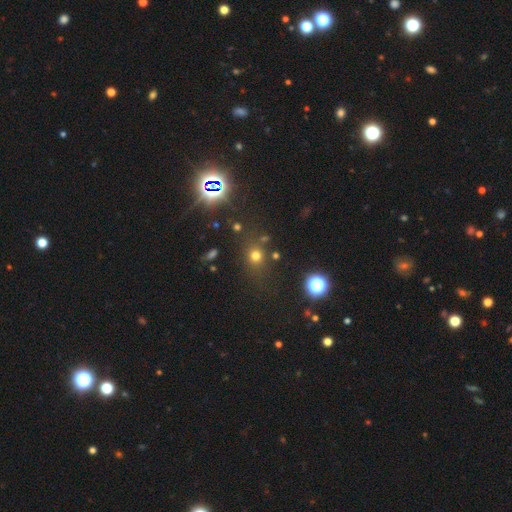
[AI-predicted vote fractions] smooth_or_featured: smooth (p=0.67) [alt: star or artifact p=0.25]
how_rounded: round (p=0.81) [alt: in between p=0.18]
merging: none (p=0.77) [alt: minor disturbance p=0.11]